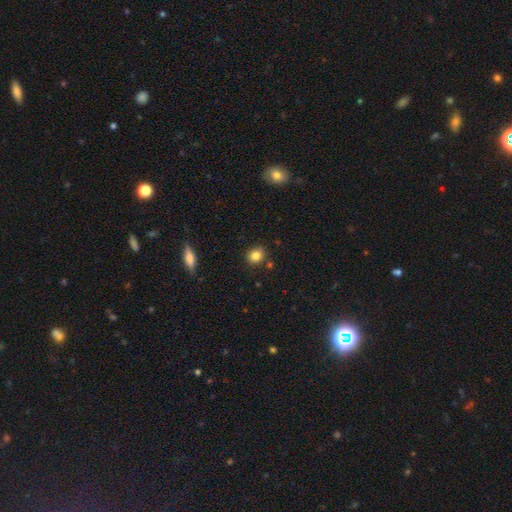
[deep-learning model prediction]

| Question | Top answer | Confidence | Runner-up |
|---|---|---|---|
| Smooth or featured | smooth | 82% | star or artifact (11%) |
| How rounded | round | 68% | in between (30%) |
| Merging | none | 85% | minor disturbance (10%) |